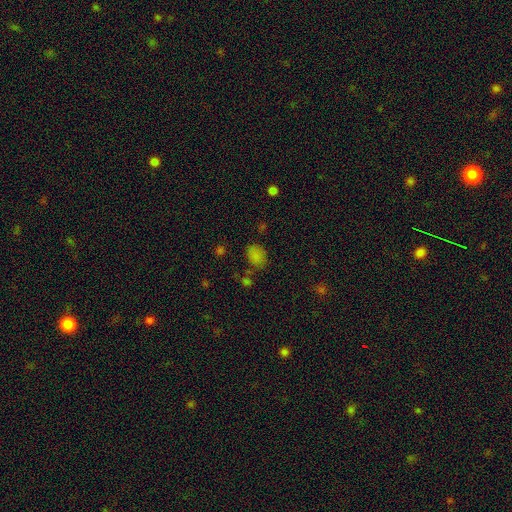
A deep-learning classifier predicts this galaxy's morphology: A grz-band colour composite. It shows a smooth galaxy with no disk features (77%) that is in between round and cigar-shaped (66%). Merging: none (67%).